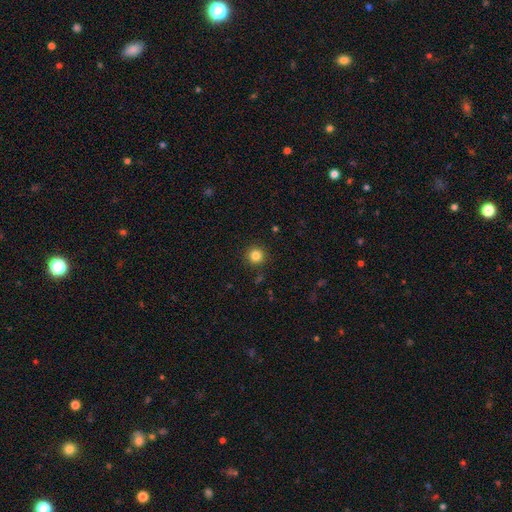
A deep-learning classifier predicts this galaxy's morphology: A smooth galaxy with no disk features (83%) that is round (95%).

Vote fractions:
- Smooth or featured? smooth: 83% / star or artifact: 12% / featured or disk: 5%
- How rounded? round: 95% / in between: 4% / cigar-shaped: 1%
- Merging? none: 91% / minor disturbance: 6% / major disturbance: 2% / merger: 1%